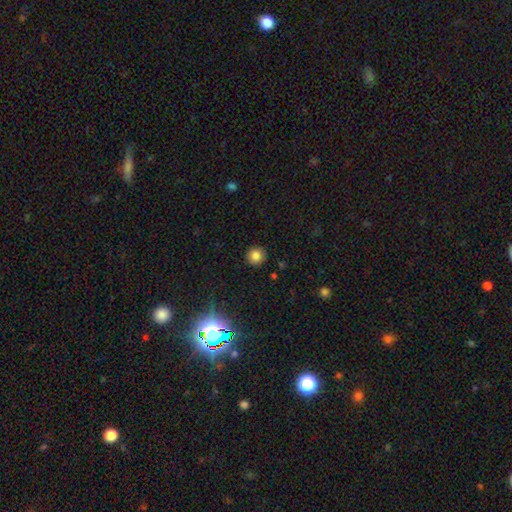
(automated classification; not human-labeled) smooth-or-featured: smooth: 82% | star or artifact: 13% | featured or disk: 5%
  how-rounded: round: 92% | in between: 7% | cigar-shaped: 1%
  merging: none: 89% | minor disturbance: 7% | major disturbance: 2% | merger: 1%